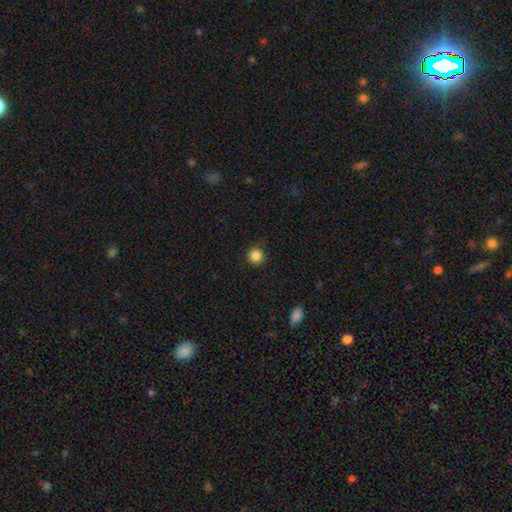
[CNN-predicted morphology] Smooth or featured? smooth (86%)
How rounded? round (95%)
Merging? none (87%)